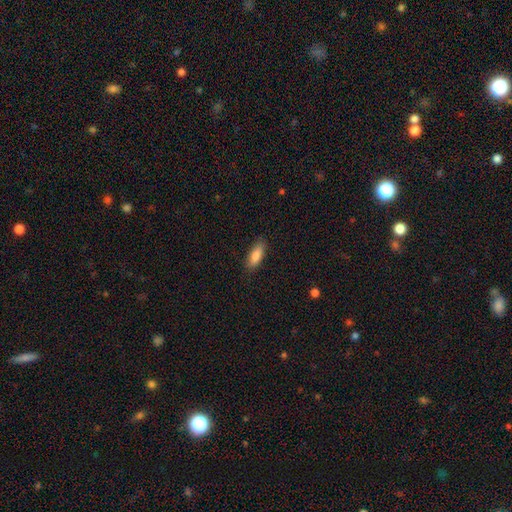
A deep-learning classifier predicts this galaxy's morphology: smooth 85%, featured or disk 9%, star or artifact 7%. Down the decision tree: how rounded — in between (71%); merging — none (84%).